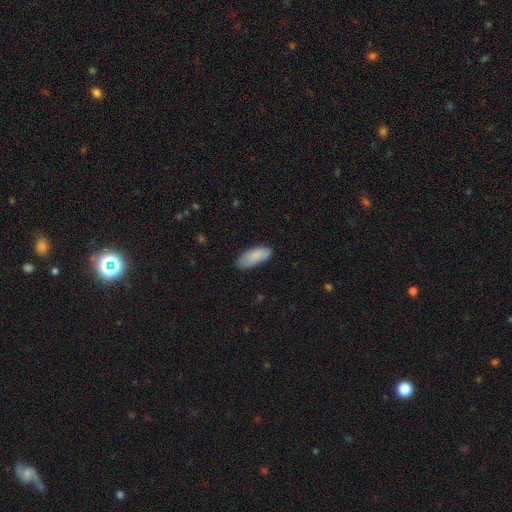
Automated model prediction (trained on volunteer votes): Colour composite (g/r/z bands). It shows a smooth galaxy with no disk features (86%) that is in between round and cigar-shaped (82%). Merging: none (76%).